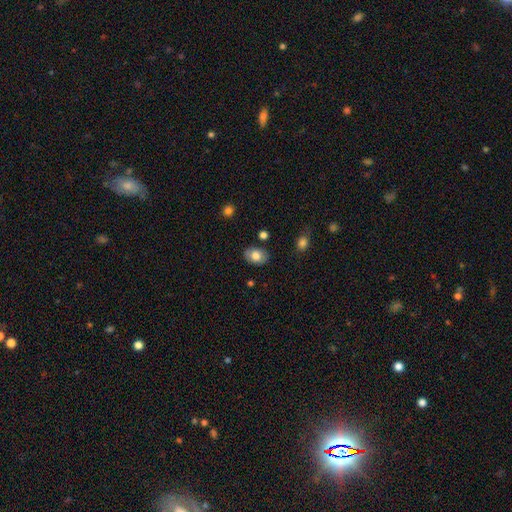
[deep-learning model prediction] This is likely a smooth galaxy (76%). How rounded: likely in between (77%). Merging: clearly none (83%).